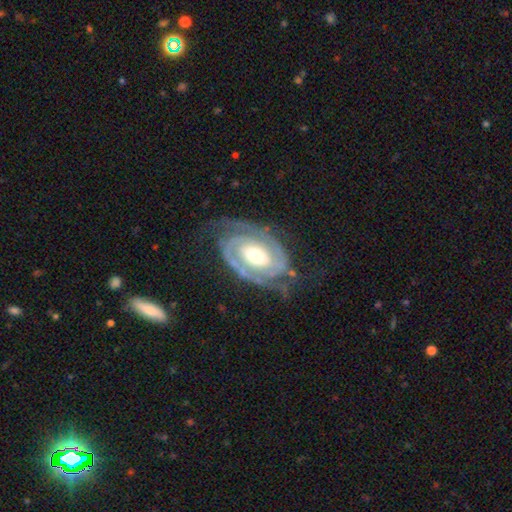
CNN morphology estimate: The model was most divided on "bar": no: 43%, weak: 33%, strong: 23%. More confident: spiral arms — yes (97%); edge-on disk — no (97%); smooth or featured — featured or disk (91%); spiral arm count — 2 (85%); merging — none (72%); spiral winding — tight (67%); bulge size — moderate (61%).